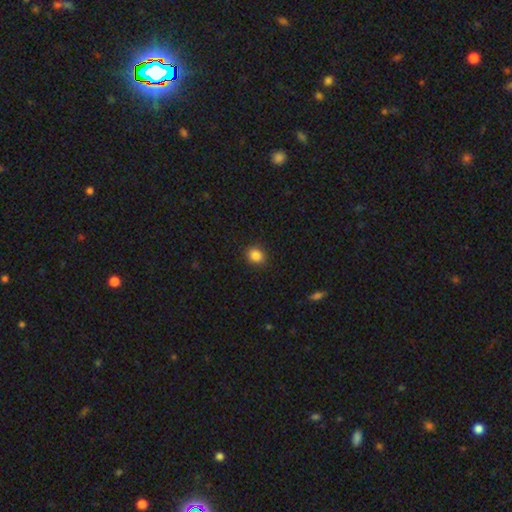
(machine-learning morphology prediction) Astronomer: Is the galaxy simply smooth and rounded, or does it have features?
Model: smooth — 86%.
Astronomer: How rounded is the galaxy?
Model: round — 63%.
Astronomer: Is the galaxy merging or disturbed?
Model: none — 89%.